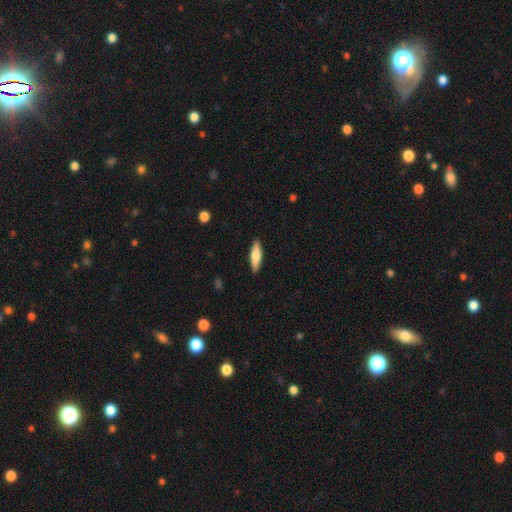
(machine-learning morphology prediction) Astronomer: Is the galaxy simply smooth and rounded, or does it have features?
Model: smooth — 69%.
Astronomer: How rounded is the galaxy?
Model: cigar-shaped — 64%.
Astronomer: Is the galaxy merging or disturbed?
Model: none — 90%.